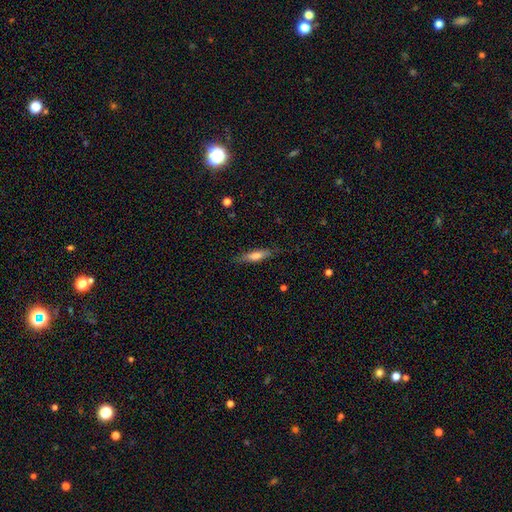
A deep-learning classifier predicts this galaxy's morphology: Smooth or featured? smooth (64%)
How rounded? cigar-shaped (71%)
Merging? none (80%)